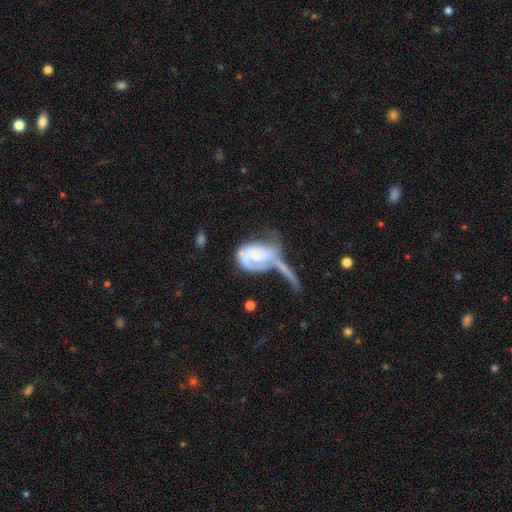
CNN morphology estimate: The model was most divided on "merging" (2-way tie): major disturbance: 36%, merger: 36%, none: 15%, minor disturbance: 13%. Remaining: edge-on disk — no (96%); spiral arms — yes (81%); smooth or featured — featured or disk (71%); bar — no (67%); spiral arm count — 2 (44%); spiral winding — tight (39%); bulge size — small (39%).